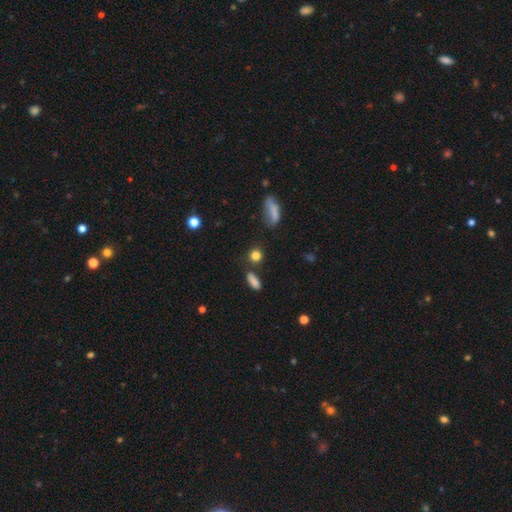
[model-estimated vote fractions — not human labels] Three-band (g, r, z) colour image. It shows a smooth galaxy with no disk features (82%) that is round (71%). Merging: none (74%).